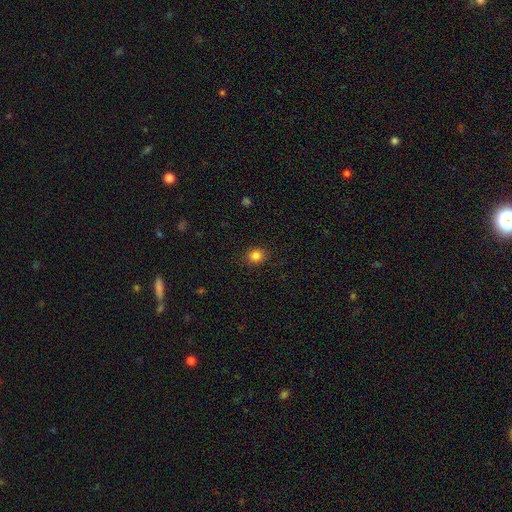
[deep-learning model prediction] Overall: smooth (84%). How rounded: round (78%). Merging: none (88%).